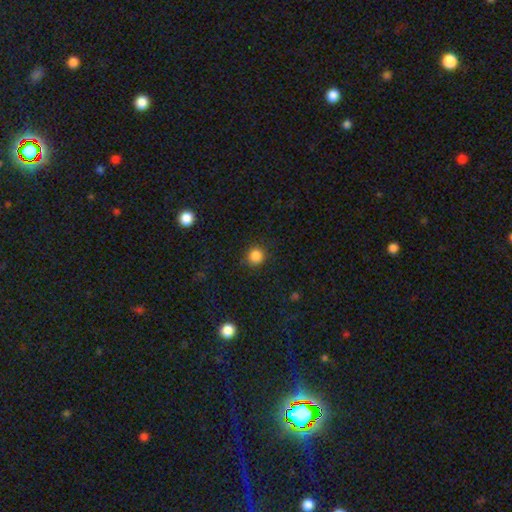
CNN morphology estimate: This appears to be a smooth galaxy with no disk features (86%) that is round (93%). Merging: none (87%).